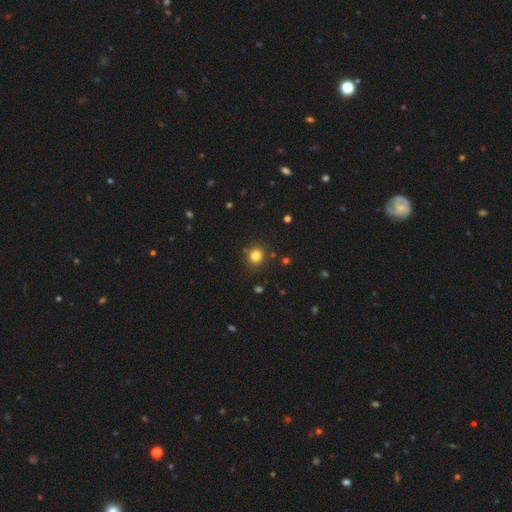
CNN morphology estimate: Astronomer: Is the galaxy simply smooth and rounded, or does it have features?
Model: smooth — 82%.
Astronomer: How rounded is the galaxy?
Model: round — 86%.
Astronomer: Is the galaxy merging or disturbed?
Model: none — 88%.